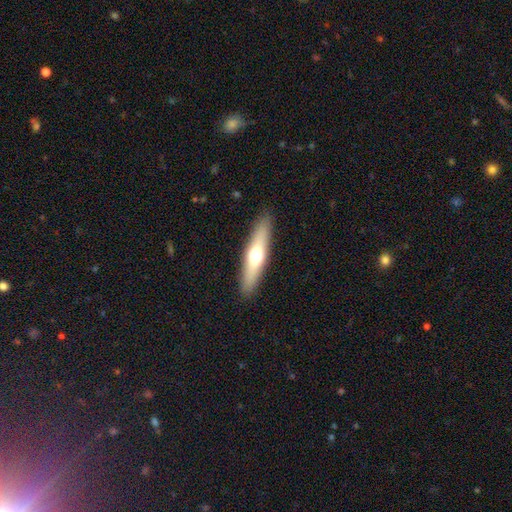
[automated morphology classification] type=smooth (52%); roundness=cigar-shaped (77%); merging=none (90%).